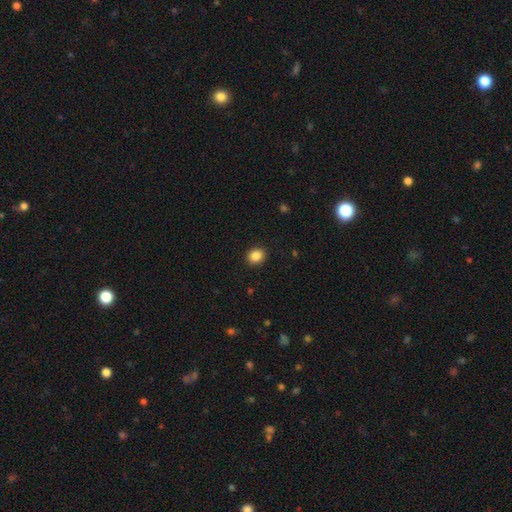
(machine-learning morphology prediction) This appears to be a smooth galaxy with no disk features (87%) that is round (63%). Merging: none (91%).